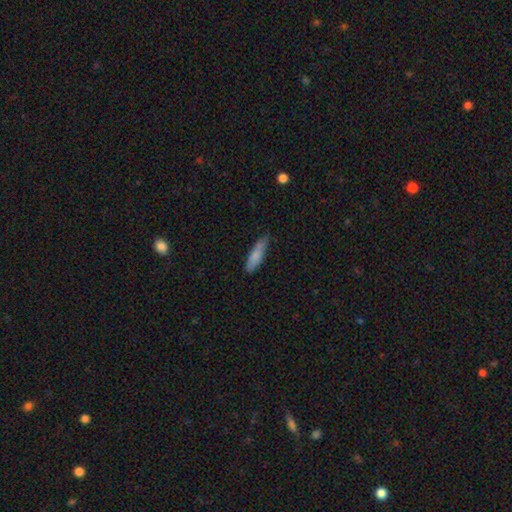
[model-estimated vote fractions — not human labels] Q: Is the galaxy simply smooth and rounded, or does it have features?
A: smooth — 82%.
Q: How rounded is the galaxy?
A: cigar-shaped — 61%.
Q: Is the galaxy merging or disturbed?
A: none — 71%.